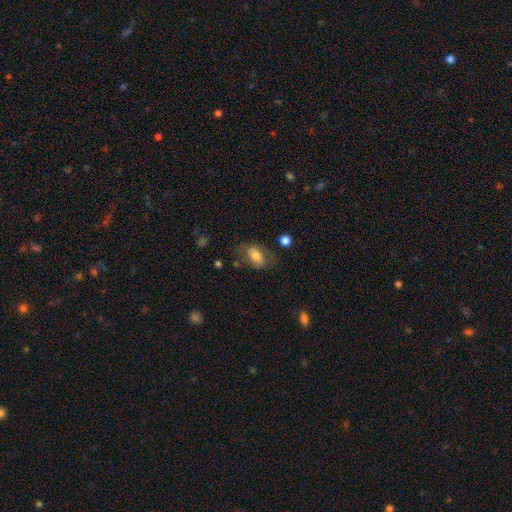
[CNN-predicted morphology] Smooth or featured? Predicted: smooth (p=0.64). How rounded? Predicted: in between (p=0.86). Merging? Predicted: none (p=0.57).